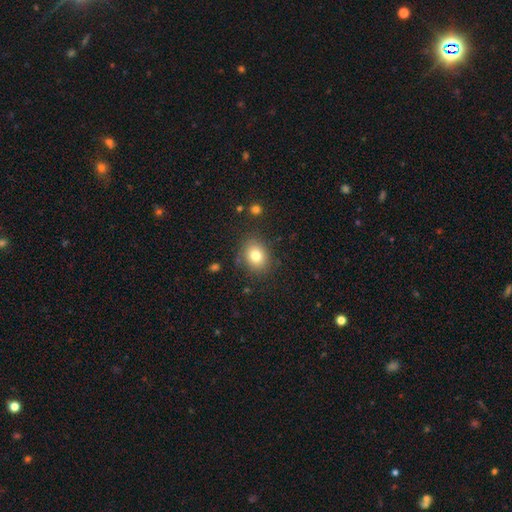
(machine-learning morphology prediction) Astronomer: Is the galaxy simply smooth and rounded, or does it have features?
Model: smooth — 79%.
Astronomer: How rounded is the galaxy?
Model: round — 54% (runner-up: in between, 45%).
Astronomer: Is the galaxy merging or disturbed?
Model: none — 83%.